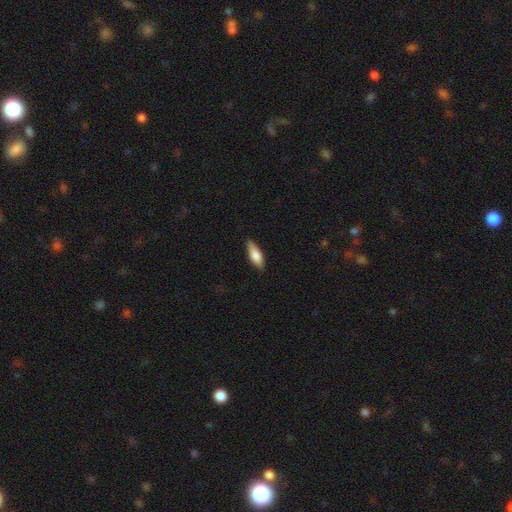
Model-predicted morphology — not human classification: A smooth galaxy with no disk features (71%) that is in between round and cigar-shaped (58%).

Vote fractions:
- Smooth or featured? smooth: 71% / featured or disk: 23% / star or artifact: 6%
- How rounded? in between: 58% / cigar-shaped: 40% / round: 2%
- Merging? none: 81% / minor disturbance: 15% / major disturbance: 2% / merger: 1%